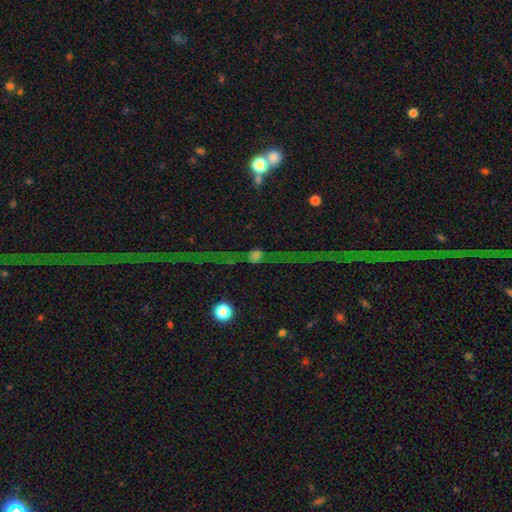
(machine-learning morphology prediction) The model was most divided on "smooth or featured": star or artifact: 38%, featured or disk: 36%, smooth: 26%.